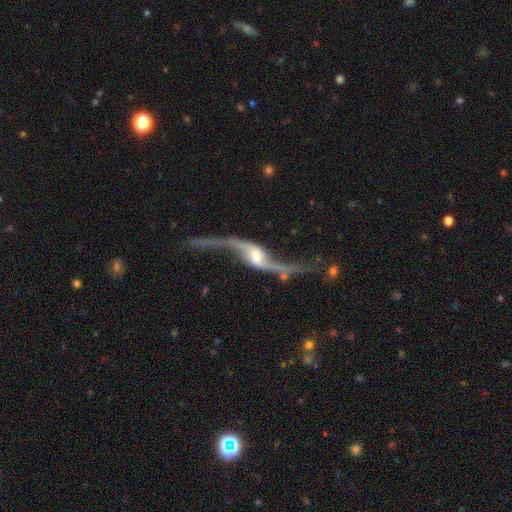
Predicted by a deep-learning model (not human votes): This appears to be a featured or disk galaxy (90%) with a weak bar (42%), 2 (94%) loose (95%) spiral arms (96%) and a moderate central bulge (44%). Merging: none (60%).